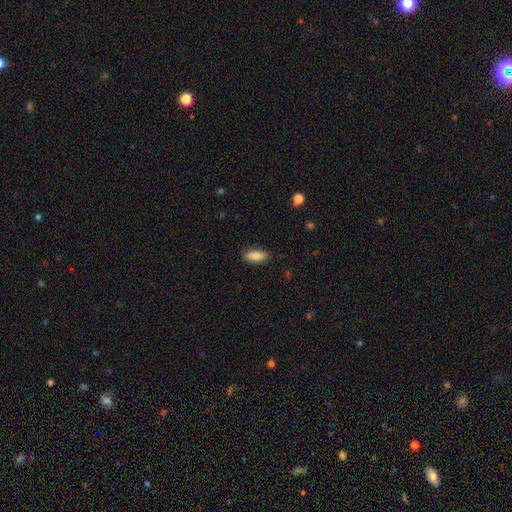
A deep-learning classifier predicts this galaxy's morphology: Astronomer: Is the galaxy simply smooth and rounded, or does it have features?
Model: smooth — 80%.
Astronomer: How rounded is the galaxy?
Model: in between — 81%.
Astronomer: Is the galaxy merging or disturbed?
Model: none — 87%.